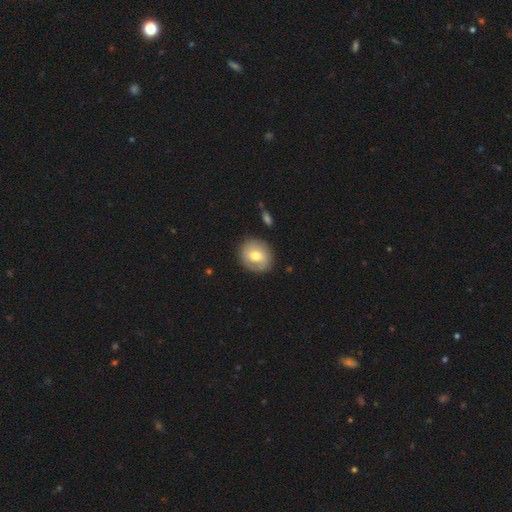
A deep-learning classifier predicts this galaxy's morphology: This is possibly a smooth galaxy (56%). How rounded: likely round (77%). Merging: clearly none (83%).